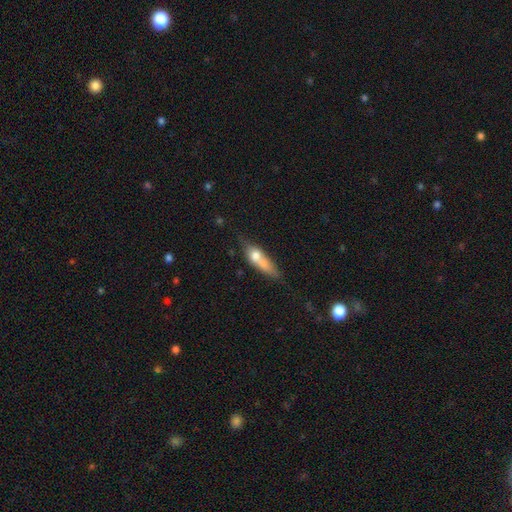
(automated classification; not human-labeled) This is possibly a smooth galaxy (57%). How rounded: possibly cigar-shaped (51%). Merging: marginally merger (38%).